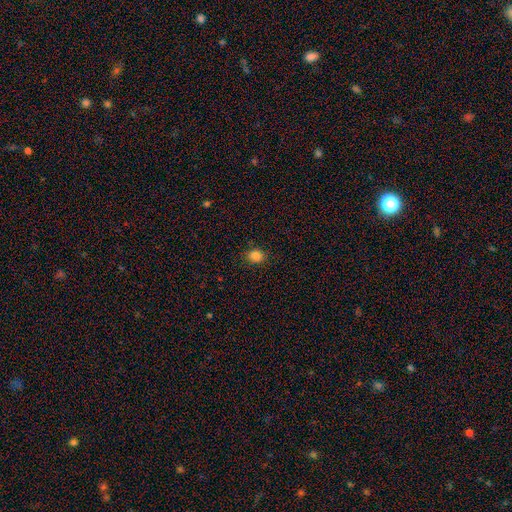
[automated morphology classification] A smooth galaxy with no disk features (85%) that is round (58%). Merging: none (88%).